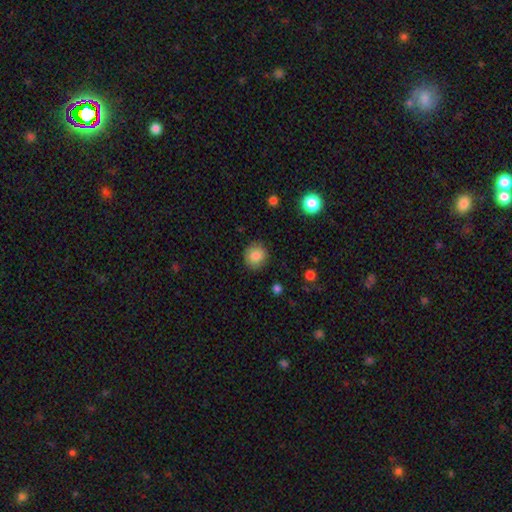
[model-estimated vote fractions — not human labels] The model was most divided on "how rounded": round: 86%, in between: 13%, cigar-shaped: 1%. More confident: merging — none (89%); smooth or featured — smooth (85%).